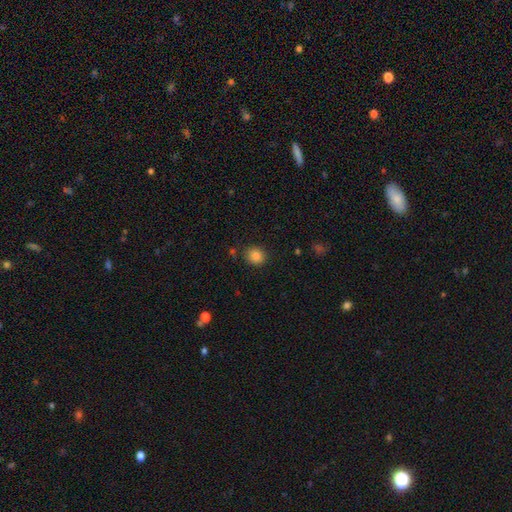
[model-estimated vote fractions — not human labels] Q: Smooth or featured?
A: smooth (86%); runner-up: star or artifact (10%)
Q: How rounded?
A: round (74%); runner-up: in between (25%)
Q: Merging?
A: none (84%); runner-up: minor disturbance (10%)